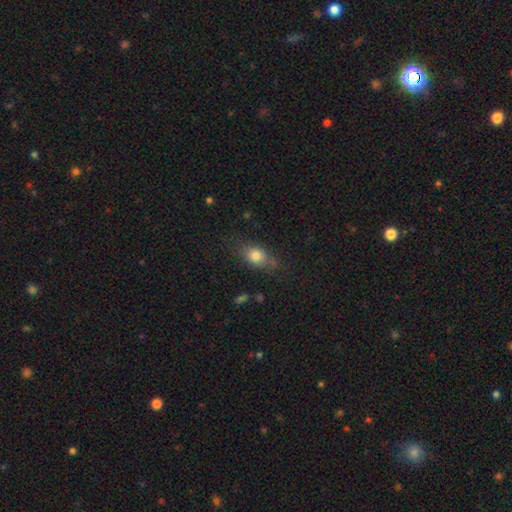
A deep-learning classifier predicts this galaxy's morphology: A smooth galaxy with no disk features (78%) that is in between round and cigar-shaped (67%).

Vote fractions:
- Smooth or featured? smooth: 78% / featured or disk: 11% / star or artifact: 10%
- How rounded? in between: 67% / round: 29% / cigar-shaped: 4%
- Merging? none: 69% / minor disturbance: 21% / major disturbance: 7% / merger: 4%